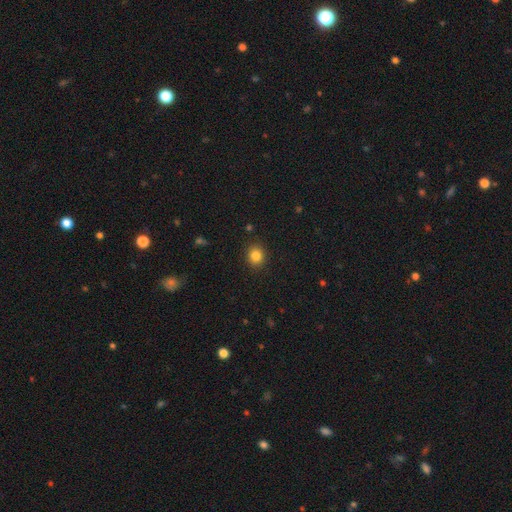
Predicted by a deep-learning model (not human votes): Q: Smooth or featured?
A: smooth (84%); runner-up: star or artifact (11%)
Q: How rounded?
A: round (81%); runner-up: in between (18%)
Q: Merging?
A: none (90%); runner-up: minor disturbance (7%)